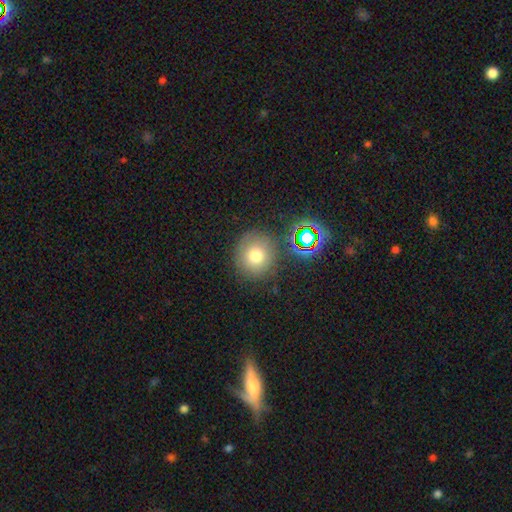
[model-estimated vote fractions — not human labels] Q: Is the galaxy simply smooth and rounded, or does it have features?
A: smooth — 72%.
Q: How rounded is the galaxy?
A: round — 90%.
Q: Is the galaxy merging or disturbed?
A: none — 81%.